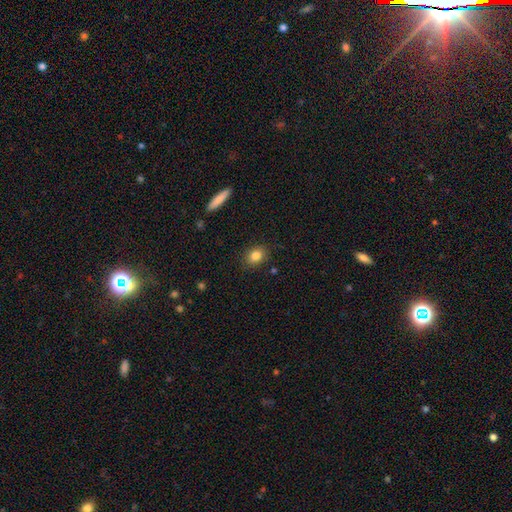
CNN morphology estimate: Smooth or featured?
  - smooth: 83% *
  - star or artifact: 10%
  - featured or disk: 7%
How rounded?
  - in between: 52% *
  - round: 46%
  - cigar-shaped: 2%
Merging?
  - none: 87% *
  - minor disturbance: 9%
  - major disturbance: 2%
  - merger: 2%